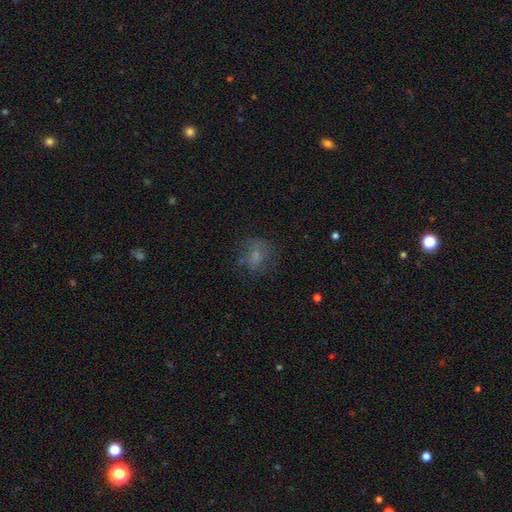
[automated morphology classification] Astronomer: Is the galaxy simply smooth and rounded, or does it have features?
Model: smooth — 66%.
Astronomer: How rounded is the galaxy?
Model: round — 63%.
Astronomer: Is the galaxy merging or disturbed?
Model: none — 63%.